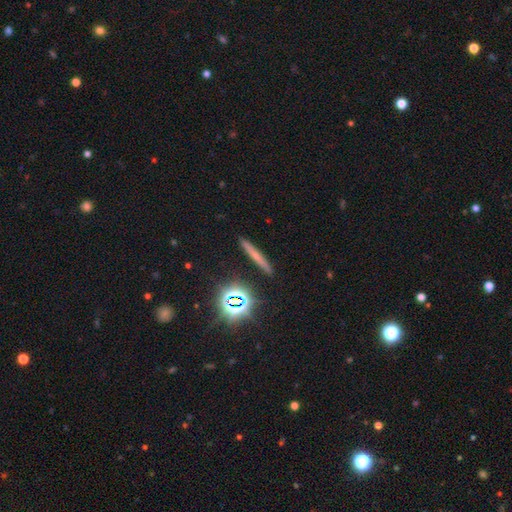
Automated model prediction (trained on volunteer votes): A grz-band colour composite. It shows a smooth galaxy with no disk features (48%). Merging: none (89%).